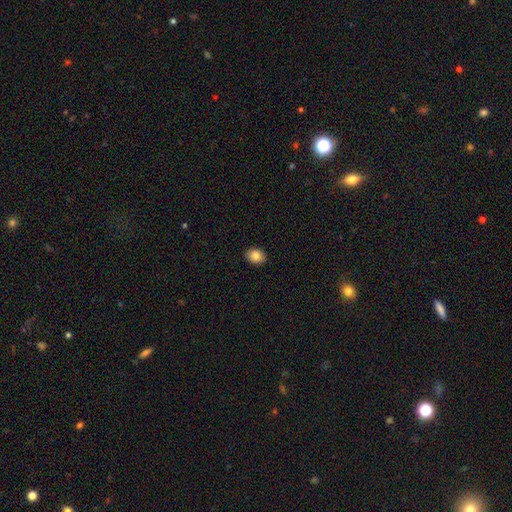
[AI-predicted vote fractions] Overall: smooth (85%). How rounded: in between (60%; round 40%). Merging: none (90%).